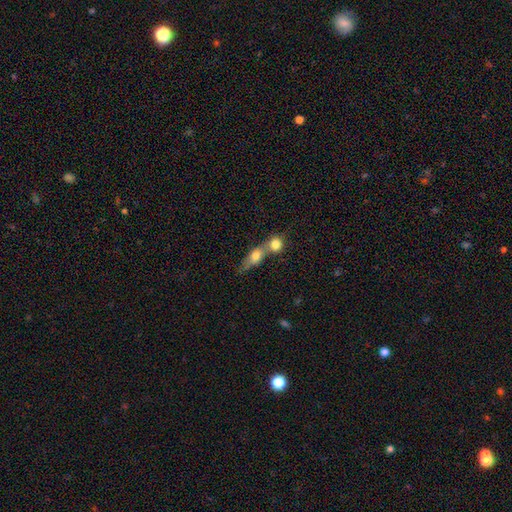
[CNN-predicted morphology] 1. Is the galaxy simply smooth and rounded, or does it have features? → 70% smooth, 21% featured or disk, 9% star or artifact.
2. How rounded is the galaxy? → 49% in between, 29% round, 22% cigar-shaped.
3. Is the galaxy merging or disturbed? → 67% merger, 22% none, 6% minor disturbance, 4% major disturbance.